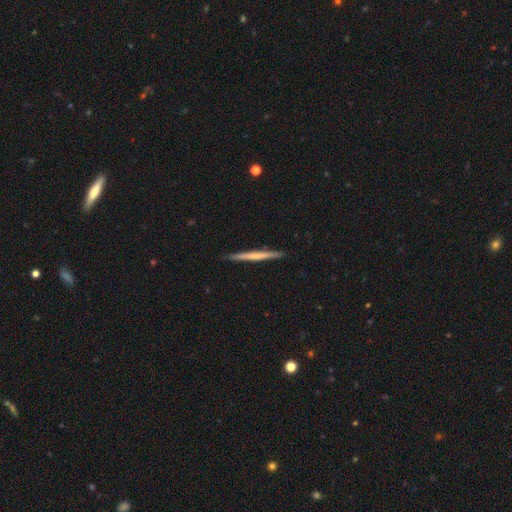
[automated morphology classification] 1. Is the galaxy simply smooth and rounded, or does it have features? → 51% featured or disk, 44% smooth, 5% star or artifact.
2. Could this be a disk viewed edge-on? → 97% yes, 3% no.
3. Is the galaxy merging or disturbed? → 91% none, 7% minor disturbance, 1% major disturbance, 1% merger.